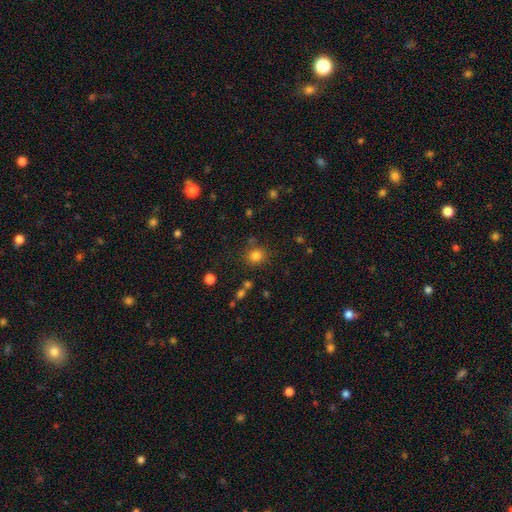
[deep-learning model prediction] Smooth or featured: smooth — 81% (star or artifact — 14%)
How rounded: round — 85% (in between — 14%)
Merging: none — 79% (minor disturbance — 11%)